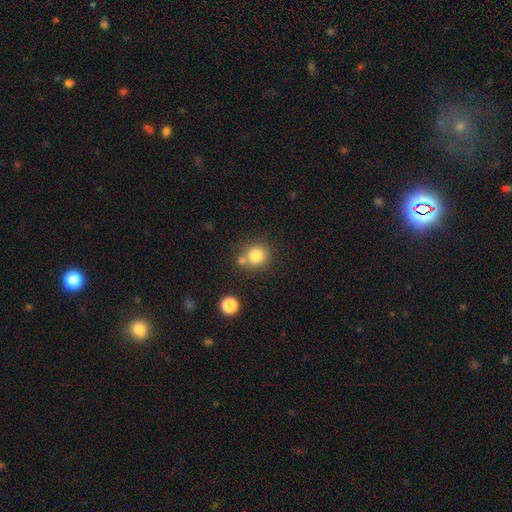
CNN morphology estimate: Smooth or featured? Predicted: smooth (p=0.80). How rounded? Predicted: round (p=0.88). Merging? Predicted: none (p=0.65).